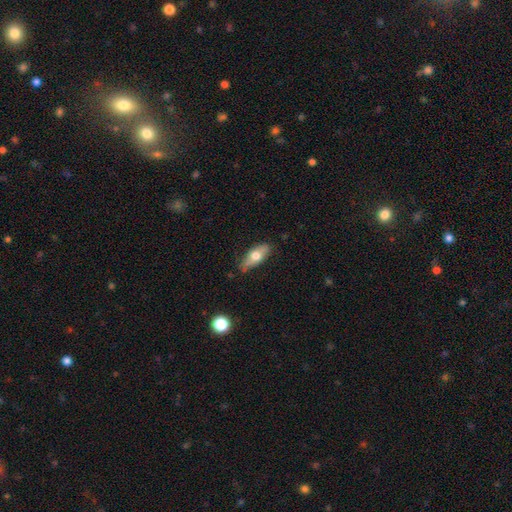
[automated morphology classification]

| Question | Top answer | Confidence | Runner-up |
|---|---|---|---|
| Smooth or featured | smooth | 63% | featured or disk (31%) |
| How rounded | in between | 73% | cigar-shaped (24%) |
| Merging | none | 74% | minor disturbance (20%) |